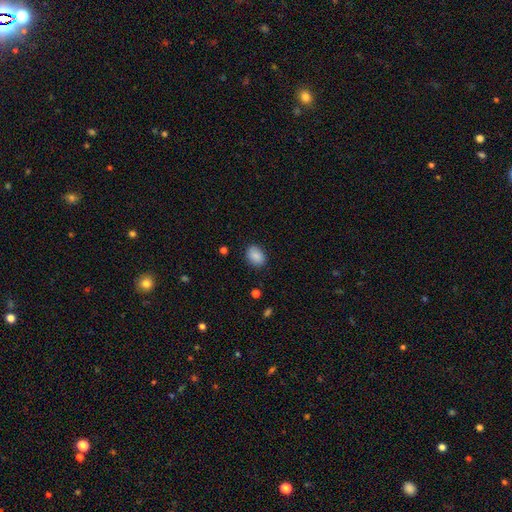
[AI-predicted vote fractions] smooth 88%, star or artifact 8%, featured or disk 4%. Down the decision tree: how rounded — in between (71%); merging — none (86%).